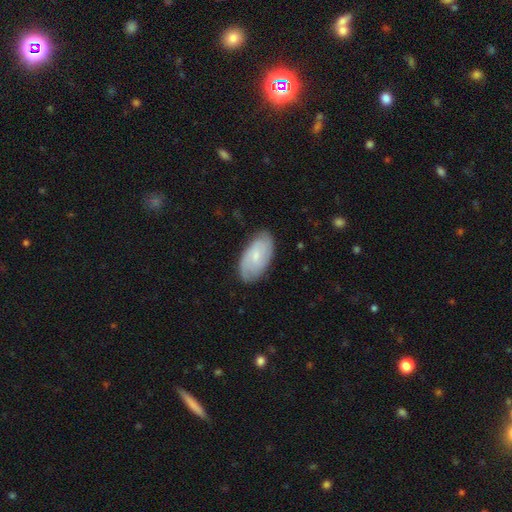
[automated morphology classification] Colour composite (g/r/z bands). It shows a smooth galaxy with no disk features (51%) that is in between round and cigar-shaped (93%). Merging: none (80%).